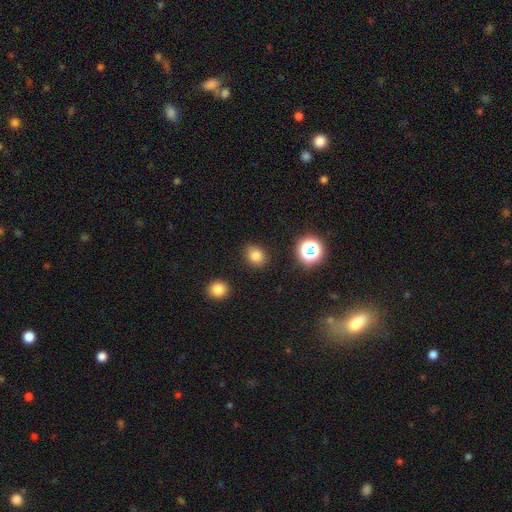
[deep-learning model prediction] A smooth galaxy with no disk features (80%) that is round (60%).

Vote fractions:
- Smooth or featured? smooth: 80% / star or artifact: 14% / featured or disk: 6%
- How rounded? round: 60% / in between: 39% / cigar-shaped: 1%
- Merging? none: 85% / minor disturbance: 10% / major disturbance: 3% / merger: 2%